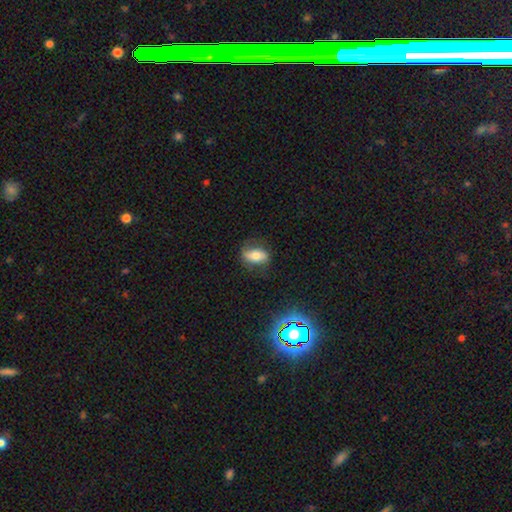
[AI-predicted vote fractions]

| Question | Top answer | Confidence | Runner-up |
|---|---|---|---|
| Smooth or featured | smooth | 58% | featured or disk (32%) |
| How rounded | in between | 83% | round (11%) |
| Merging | none | 71% | minor disturbance (20%) |